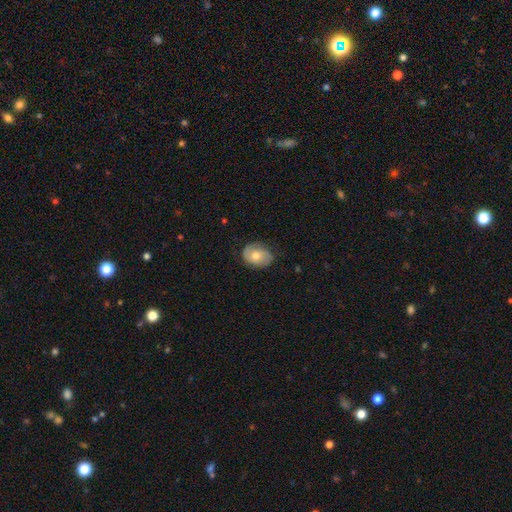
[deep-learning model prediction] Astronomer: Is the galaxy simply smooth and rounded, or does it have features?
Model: smooth — 53% (runner-up: featured or disk, 40%).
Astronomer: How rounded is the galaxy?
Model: in between — 64%.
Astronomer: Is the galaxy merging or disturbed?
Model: none — 73%.